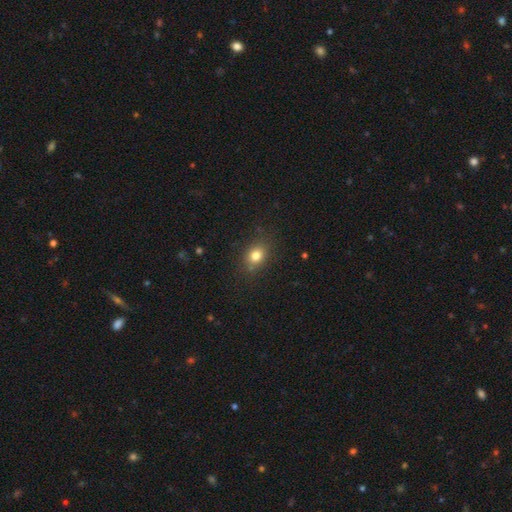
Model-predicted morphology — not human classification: Smooth or featured? Predicted: smooth (p=0.79). How rounded? Predicted: in between (p=0.54). Merging? Predicted: none (p=0.83).